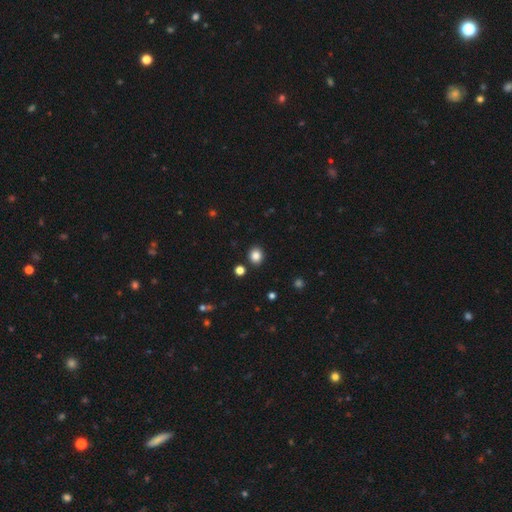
This is clearly a smooth galaxy (90%). How rounded: clearly round (89%). Merging: clearly none (84%).